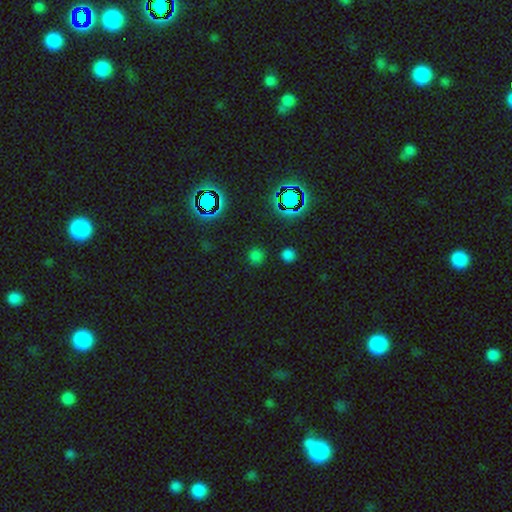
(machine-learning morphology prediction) A smooth galaxy with no disk features (60%) that is round (93%). Merging: none (87%).